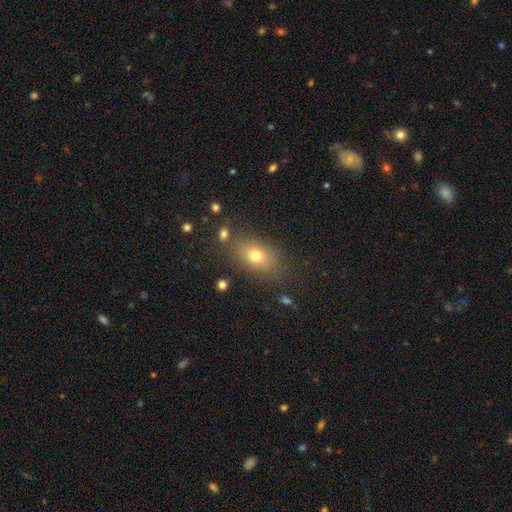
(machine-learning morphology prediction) smooth 75%, featured or disk 13%, star or artifact 12%. Down the decision tree: how rounded — in between (80%); merging — none (77%).